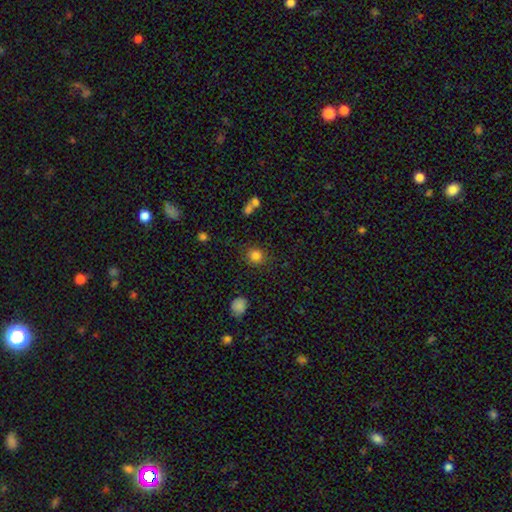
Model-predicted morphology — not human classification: Smooth or featured? smooth (83%)
How rounded? round (83%)
Merging? none (84%)